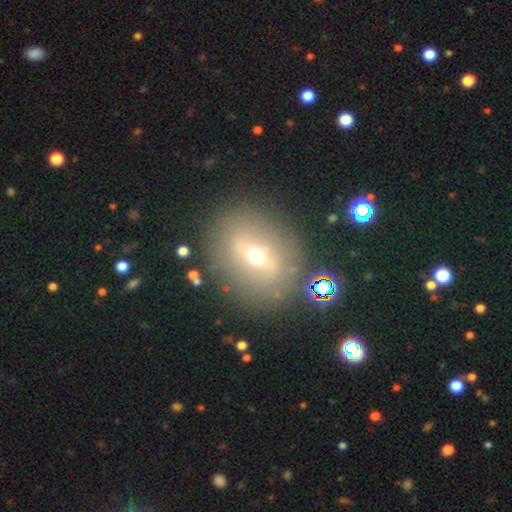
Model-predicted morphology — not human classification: smooth-or-featured: featured or disk: 45% | smooth: 39% | star or artifact: 16%
  merging: none: 81% | minor disturbance: 11% | major disturbance: 5% | merger: 3%